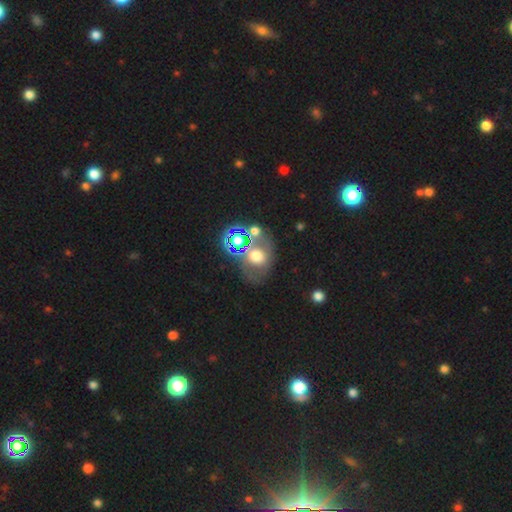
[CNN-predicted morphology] Smooth or featured? Predicted: smooth (p=0.47). Merging? Predicted: none (p=0.51).